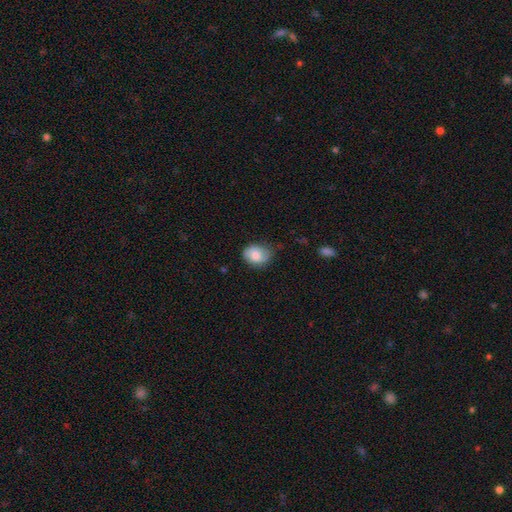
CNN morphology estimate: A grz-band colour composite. It shows a smooth galaxy with no disk features (66%) that is in between round and cigar-shaped (55%). Merging: none (68%).